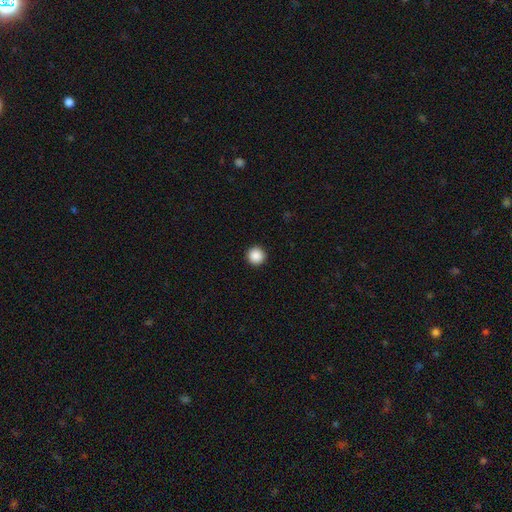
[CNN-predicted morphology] Smooth or featured: smooth — 89% (star or artifact — 9%)
How rounded: round — 97% (in between — 2%)
Merging: none — 94% (minor disturbance — 4%)